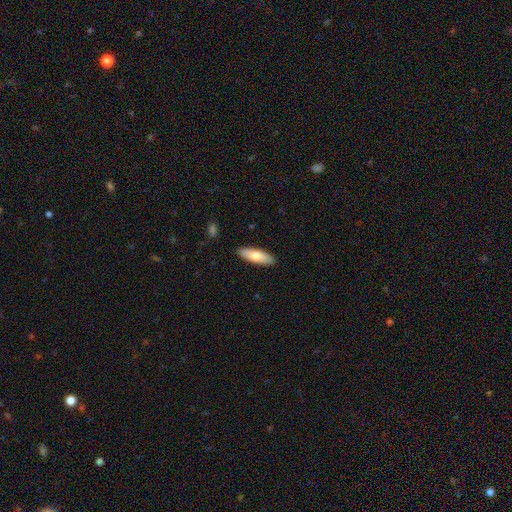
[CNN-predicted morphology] A smooth galaxy with no disk features (75%) that is in between round and cigar-shaped (54%). Merging: none (90%).